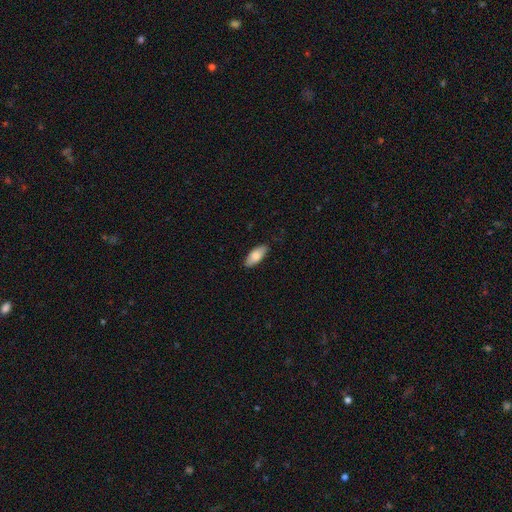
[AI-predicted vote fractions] This appears to be a smooth galaxy with no disk features (81%) that is in between round and cigar-shaped (84%). Merging: none (86%).